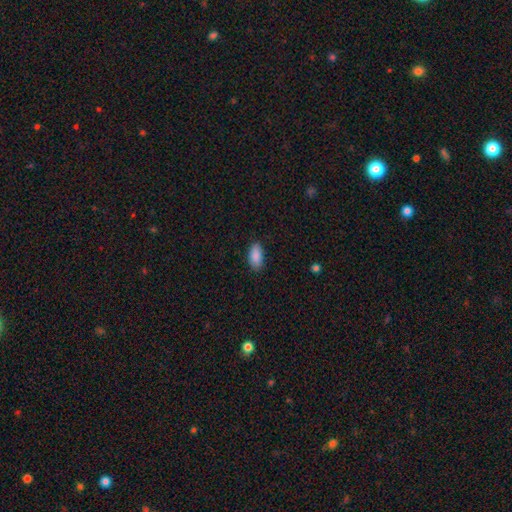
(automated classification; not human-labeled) Smooth or featured: smooth — 89% (star or artifact — 7%)
How rounded: in between — 92% (cigar-shaped — 5%)
Merging: none — 86% (minor disturbance — 11%)